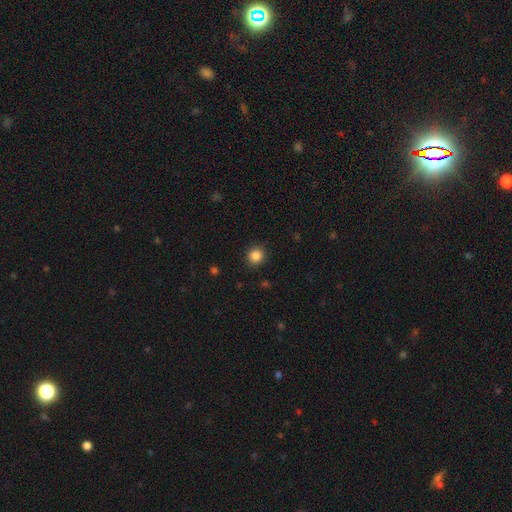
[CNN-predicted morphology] The model was most divided on "smooth or featured": smooth: 86%, star or artifact: 11%, featured or disk: 4%. More confident: merging — none (91%); how rounded — round (91%).